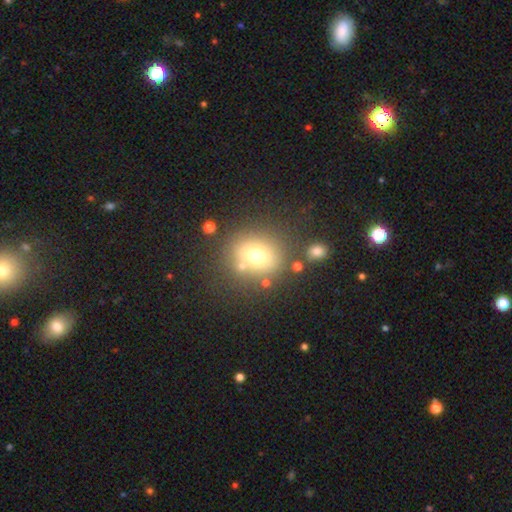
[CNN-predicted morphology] smooth_or_featured: smooth (p=0.68) [alt: star or artifact p=0.16]
how_rounded: round (p=0.72) [alt: in between p=0.26]
merging: none (p=0.74) [alt: minor disturbance p=0.11]